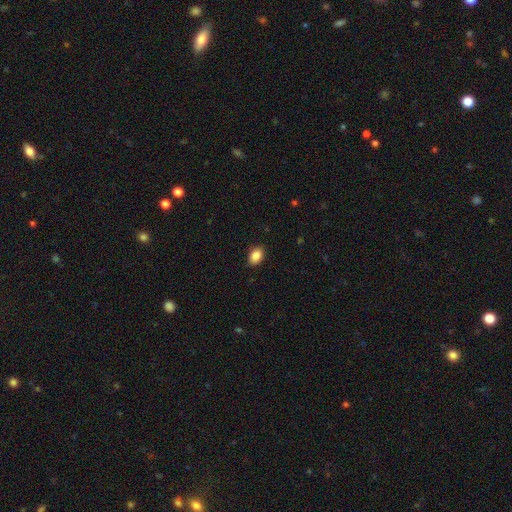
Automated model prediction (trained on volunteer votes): A smooth galaxy with no disk features (88%) that is in between round and cigar-shaped (80%).

Vote fractions:
- Smooth or featured? smooth: 88% / star or artifact: 8% / featured or disk: 4%
- How rounded? in between: 80% / round: 19% / cigar-shaped: 1%
- Merging? none: 88% / minor disturbance: 9% / major disturbance: 2% / merger: 1%